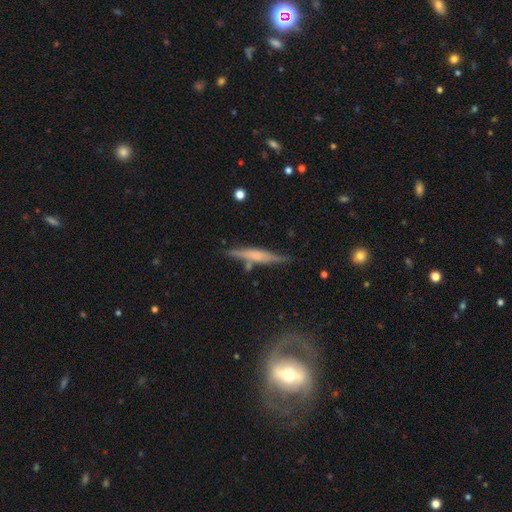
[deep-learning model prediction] Smooth or featured: featured or disk — 52% (smooth — 41%)
Edge-on disk: yes — 95% (no — 5%)
Merging: none — 76% (minor disturbance — 15%)